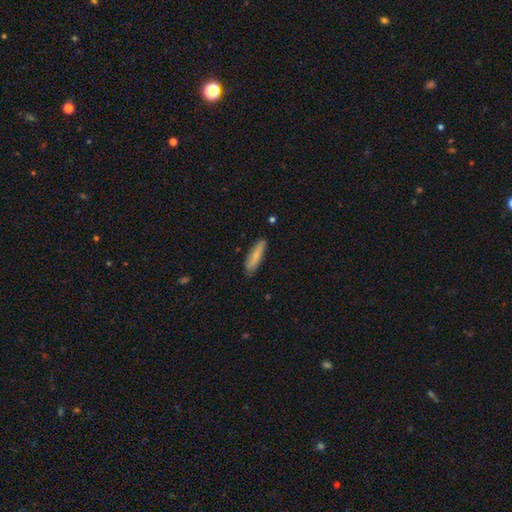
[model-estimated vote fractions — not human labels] smooth_or_featured: smooth (p=0.75) [alt: featured or disk p=0.20]
how_rounded: cigar-shaped (p=0.73) [alt: in between p=0.26]
merging: none (p=0.83) [alt: minor disturbance p=0.13]